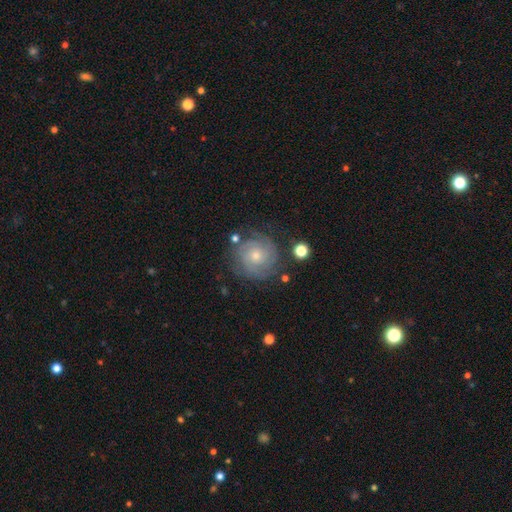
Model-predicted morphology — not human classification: A featured or disk galaxy (75%) with no bar (80%), tight (76%) spiral arms (93%) and a small central bulge (56%). Merging: none (76%).